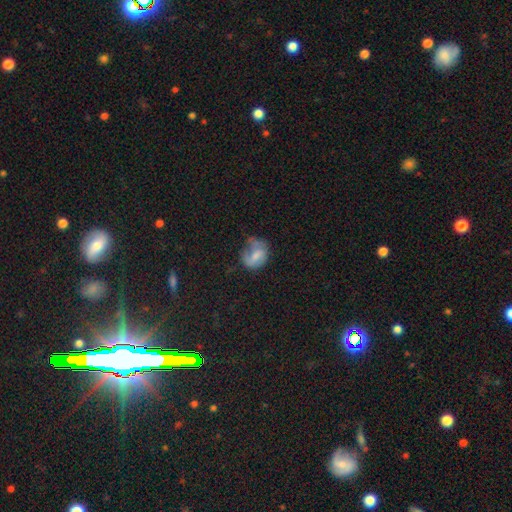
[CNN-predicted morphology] smooth_or_featured: smooth (p=0.58) [alt: featured or disk p=0.33]
how_rounded: in between (p=0.50) [alt: round p=0.49]
merging: none (p=0.36) [alt: minor disturbance p=0.33]